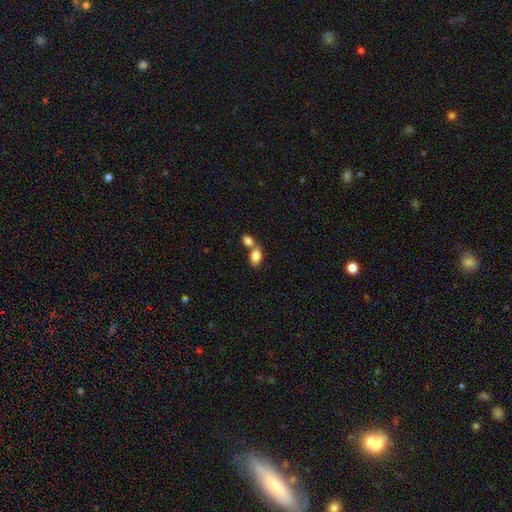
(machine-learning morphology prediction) type=smooth (84%); roundness=in between (89%); merging=merger (58%).